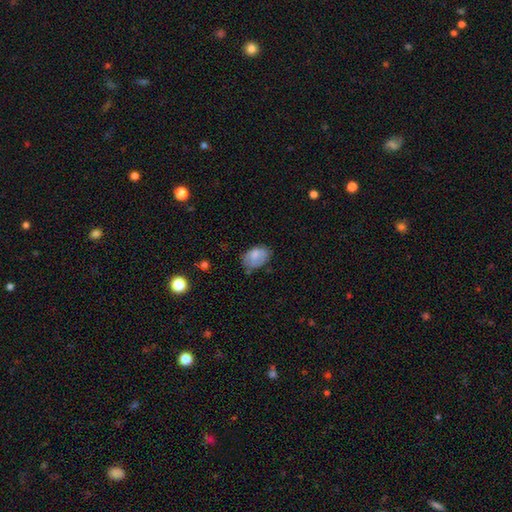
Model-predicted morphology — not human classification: A smooth galaxy with no disk features (71%) that is in between round and cigar-shaped (85%).

Vote fractions:
- Smooth or featured? smooth: 71% / featured or disk: 21% / star or artifact: 8%
- How rounded? in between: 85% / round: 14% / cigar-shaped: 1%
- Merging? none: 51% / minor disturbance: 35% / major disturbance: 11% / merger: 3%